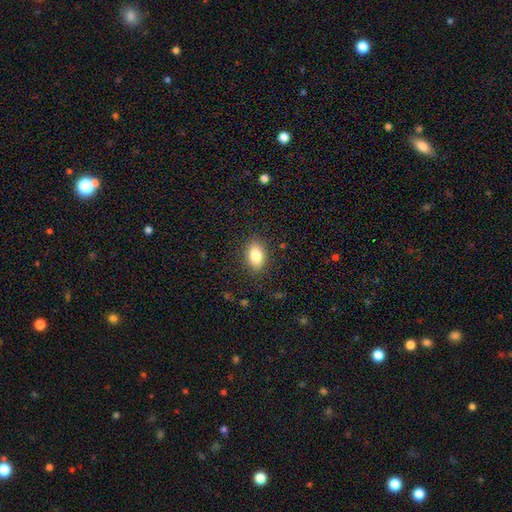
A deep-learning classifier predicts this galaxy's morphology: type=smooth (83%); roundness=in between (86%); merging=none (86%).